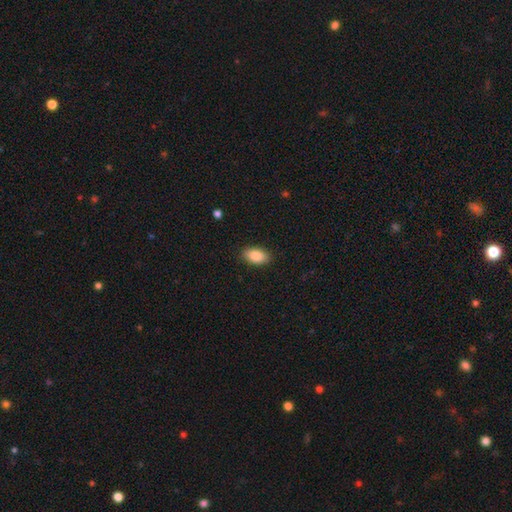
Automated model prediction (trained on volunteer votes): smooth-or-featured: smooth: 87% | star or artifact: 7% | featured or disk: 6%
  how-rounded: in between: 93% | round: 5% | cigar-shaped: 2%
  merging: none: 88% | minor disturbance: 9% | major disturbance: 2% | merger: 1%